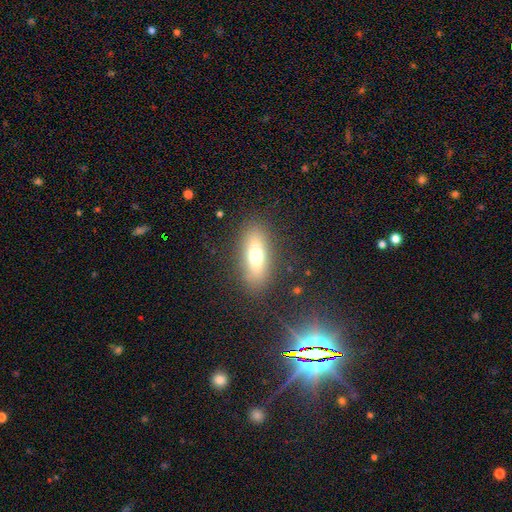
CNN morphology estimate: Smooth or featured: smooth — 62% (featured or disk — 27%)
How rounded: in between — 66% (cigar-shaped — 29%)
Merging: none — 84% (minor disturbance — 10%)